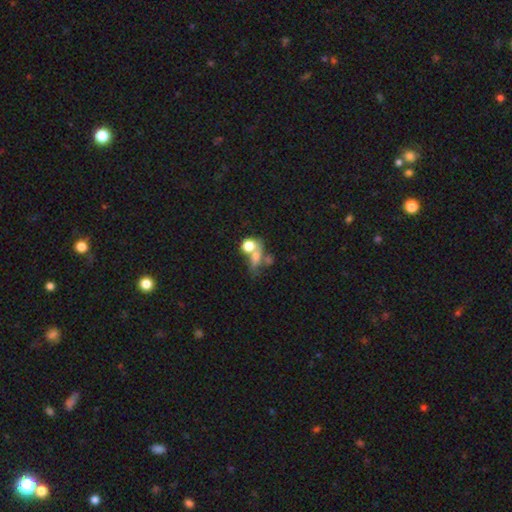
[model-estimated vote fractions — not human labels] Smooth or featured?
  - smooth: 63% *
  - featured or disk: 20%
  - star or artifact: 17%
How rounded?
  - round: 50% *
  - in between: 45%
  - cigar-shaped: 4%
Merging?
  - merger: 47% *
  - none: 28%
  - major disturbance: 14%
  - minor disturbance: 11%